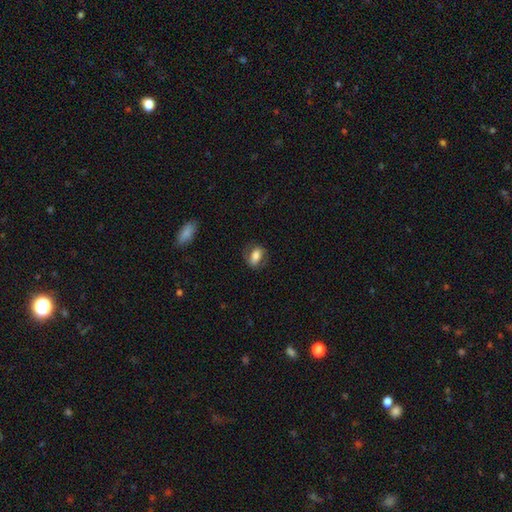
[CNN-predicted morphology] Smooth or featured: smooth — 66% (featured or disk — 27%)
How rounded: in between — 79% (round — 18%)
Merging: none — 72% (minor disturbance — 17%)